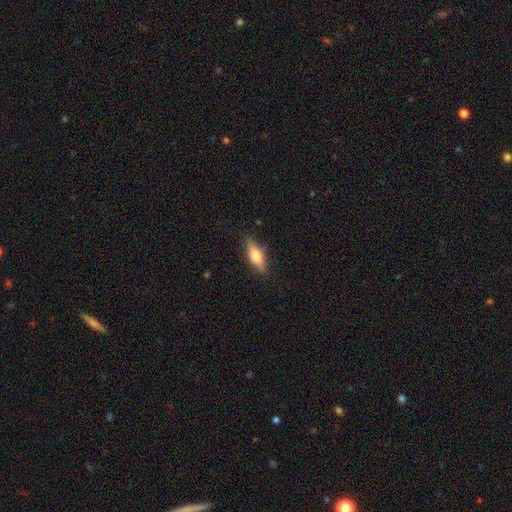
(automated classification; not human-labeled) A smooth galaxy with no disk features (49%). Merging: none (83%).